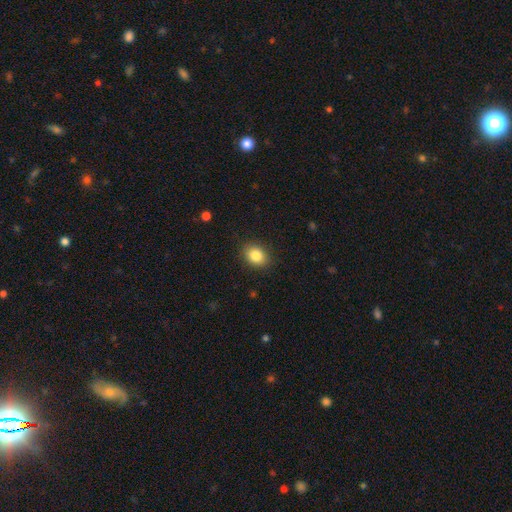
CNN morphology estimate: smooth_or_featured: smooth (p=0.85) [alt: star or artifact p=0.09]
how_rounded: in between (p=0.64) [alt: round p=0.35]
merging: none (p=0.88) [alt: minor disturbance p=0.08]